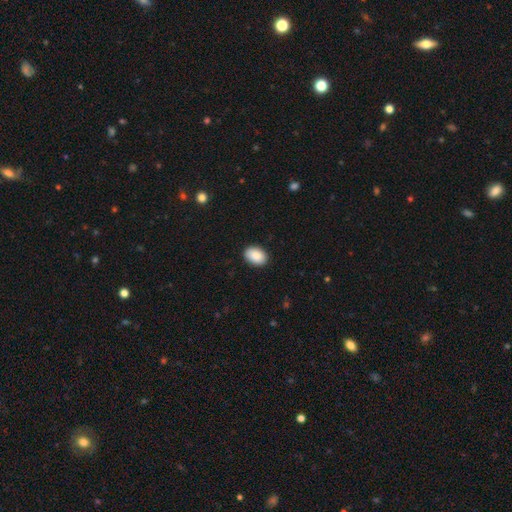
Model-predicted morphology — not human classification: smooth-or-featured: smooth: 90% | star or artifact: 7% | featured or disk: 4%
  how-rounded: in between: 84% | round: 15% | cigar-shaped: 1%
  merging: none: 90% | minor disturbance: 8% | major disturbance: 2% | merger: 1%